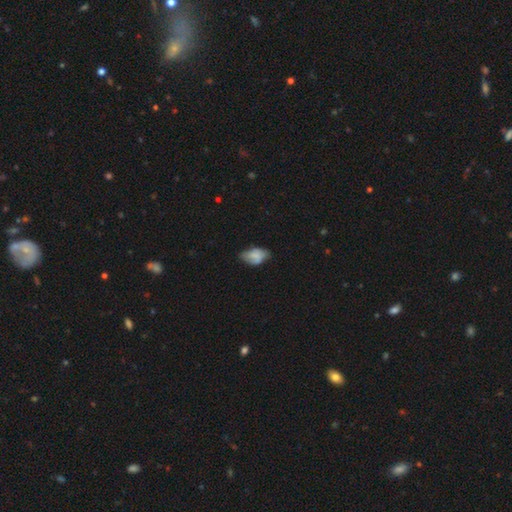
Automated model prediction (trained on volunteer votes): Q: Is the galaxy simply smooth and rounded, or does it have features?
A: smooth — 65%.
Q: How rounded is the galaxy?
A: in between — 89%.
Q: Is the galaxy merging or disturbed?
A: none — 47%.